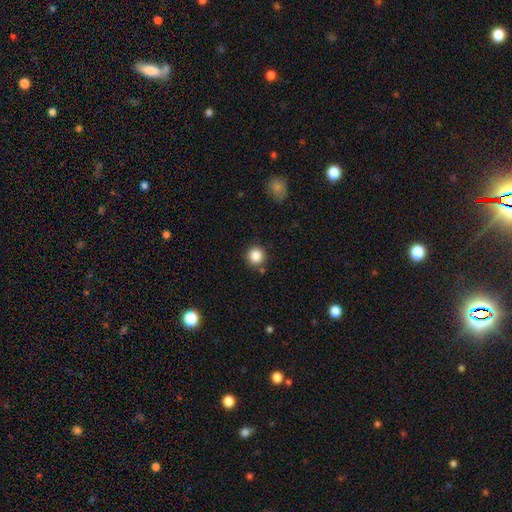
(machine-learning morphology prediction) Smooth or featured: smooth — 86% (star or artifact — 10%)
How rounded: round — 93% (in between — 6%)
Merging: none — 84% (minor disturbance — 9%)